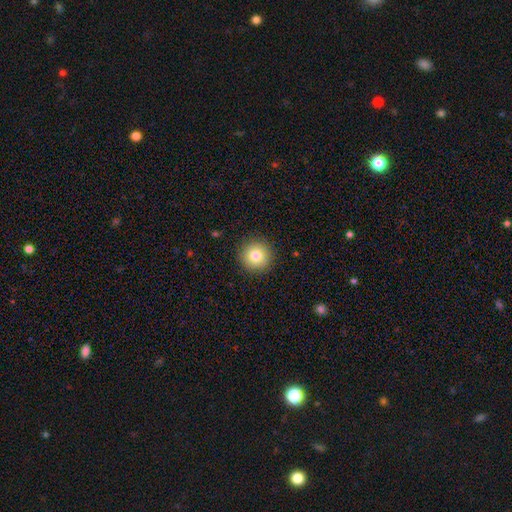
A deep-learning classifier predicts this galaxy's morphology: type=smooth (80%); roundness=round (95%); merging=none (91%).